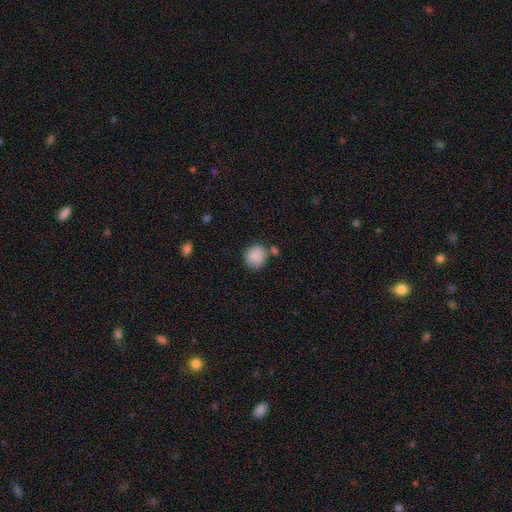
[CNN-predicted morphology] Overall: smooth (87%). How rounded: round (81%). Merging: none (70%).